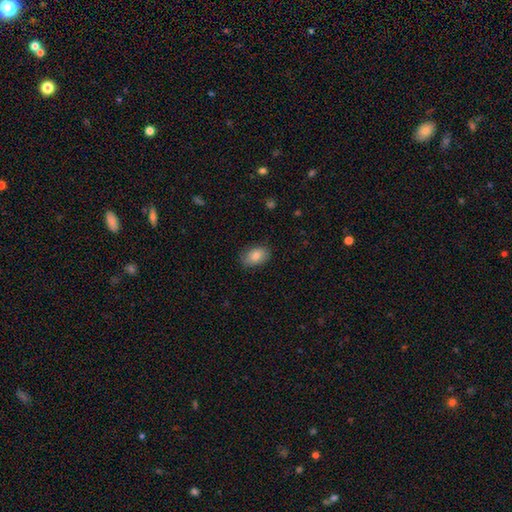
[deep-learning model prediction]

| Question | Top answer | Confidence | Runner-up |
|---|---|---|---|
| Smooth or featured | smooth | 83% | featured or disk (10%) |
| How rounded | in between | 87% | round (12%) |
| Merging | none | 83% | minor disturbance (13%) |